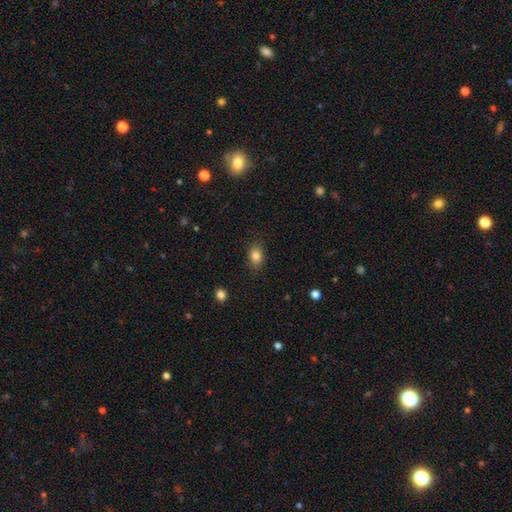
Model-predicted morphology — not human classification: Smooth or featured?
  - smooth: 83% *
  - star or artifact: 10%
  - featured or disk: 7%
How rounded?
  - in between: 75% *
  - round: 24%
  - cigar-shaped: 1%
Merging?
  - none: 86% *
  - minor disturbance: 10%
  - major disturbance: 3%
  - merger: 1%